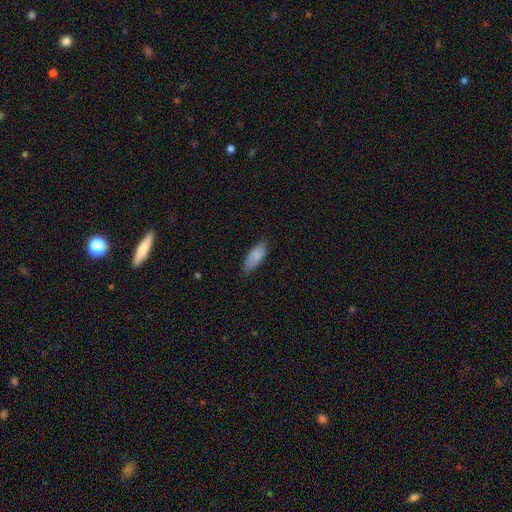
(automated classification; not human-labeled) smooth 86%, featured or disk 8%, star or artifact 6%. Down the decision tree: how rounded — in between (84%); merging — none (79%).